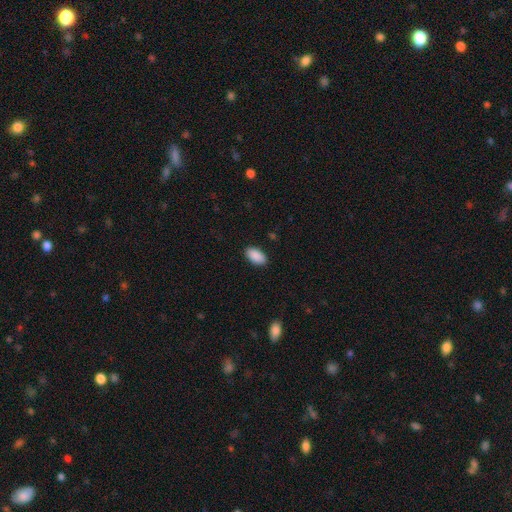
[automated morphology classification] Q: Smooth or featured?
A: smooth (91%); runner-up: star or artifact (6%)
Q: How rounded?
A: in between (95%); runner-up: round (3%)
Q: Merging?
A: none (89%); runner-up: minor disturbance (8%)